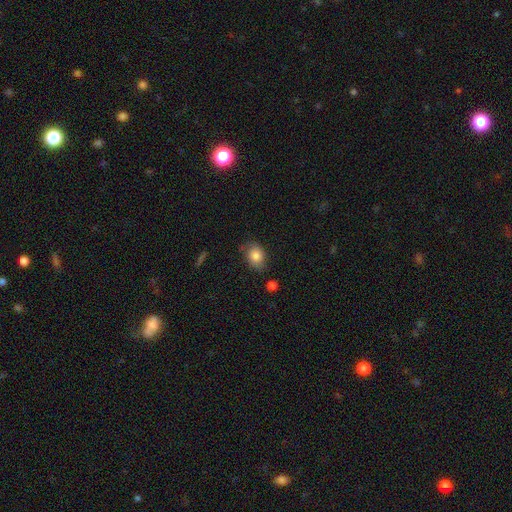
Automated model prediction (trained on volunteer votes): Smooth or featured? smooth (80%)
How rounded? in between (66%)
Merging? none (67%)